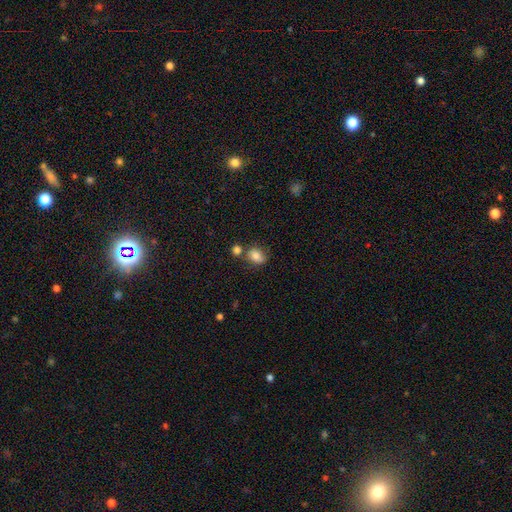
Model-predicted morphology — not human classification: This appears to be a smooth galaxy with no disk features (80%) that is in between round and cigar-shaped (60%). Merging: none (56%).